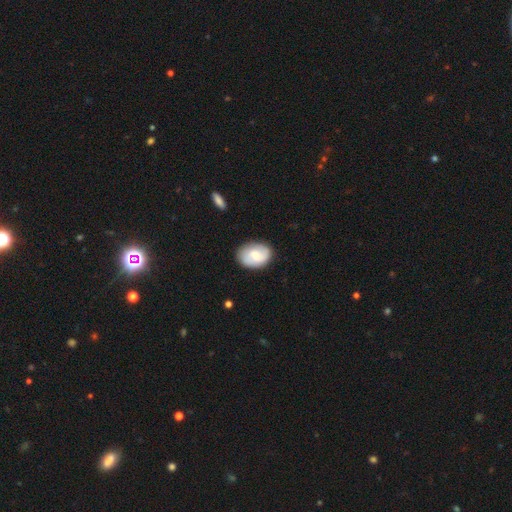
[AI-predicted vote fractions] smooth_or_featured: smooth (p=0.58) [alt: featured or disk p=0.36]
how_rounded: in between (p=0.74) [alt: round p=0.25]
merging: none (p=0.81) [alt: minor disturbance p=0.14]